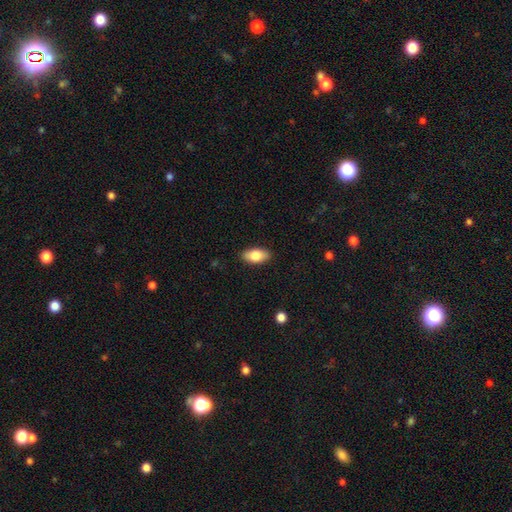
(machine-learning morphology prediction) Smooth or featured?
  - smooth: 81% *
  - featured or disk: 12%
  - star or artifact: 7%
How rounded?
  - in between: 91% *
  - cigar-shaped: 5%
  - round: 4%
Merging?
  - none: 88% *
  - minor disturbance: 9%
  - major disturbance: 2%
  - merger: 1%